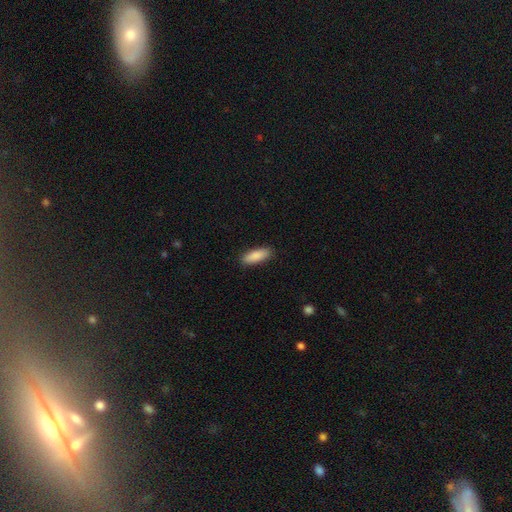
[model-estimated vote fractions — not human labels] Morphology: type=smooth (88%); roundness=in between (60%); merging=none (89%).